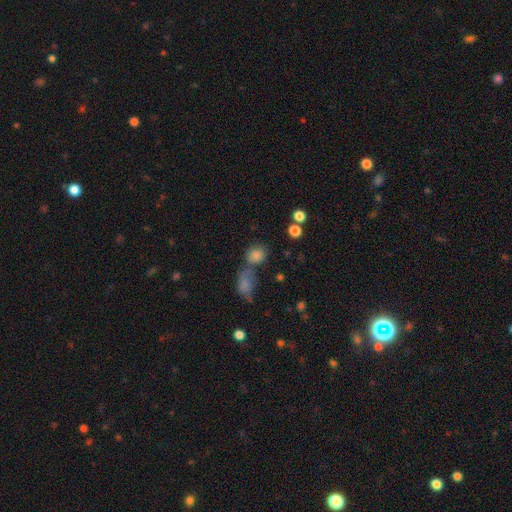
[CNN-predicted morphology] smooth 78%, star or artifact 15%, featured or disk 7%. Down the decision tree: how rounded — round (64%); merging — none (53%).